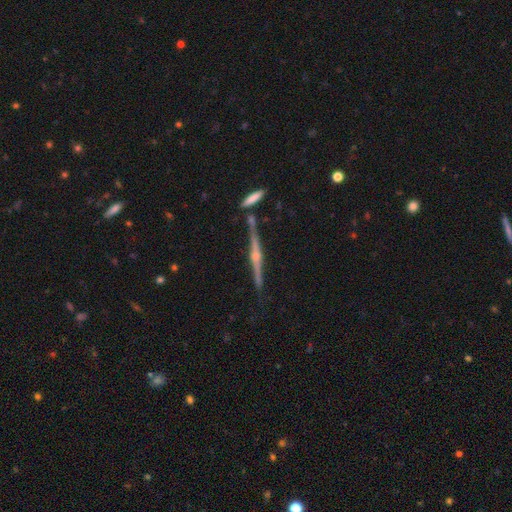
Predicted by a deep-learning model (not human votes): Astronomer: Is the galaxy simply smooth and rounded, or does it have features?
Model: featured or disk — 86%.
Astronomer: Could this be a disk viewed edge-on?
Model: yes — 98%.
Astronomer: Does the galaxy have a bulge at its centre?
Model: rounded — 88%.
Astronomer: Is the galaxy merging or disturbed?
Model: none — 82%.